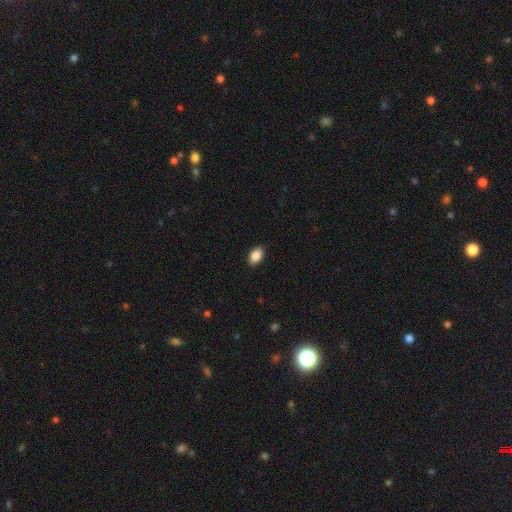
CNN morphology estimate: smooth_or_featured: smooth (p=0.89) [alt: star or artifact p=0.07]
how_rounded: in between (p=0.91) [alt: round p=0.08]
merging: none (p=0.89) [alt: minor disturbance p=0.08]